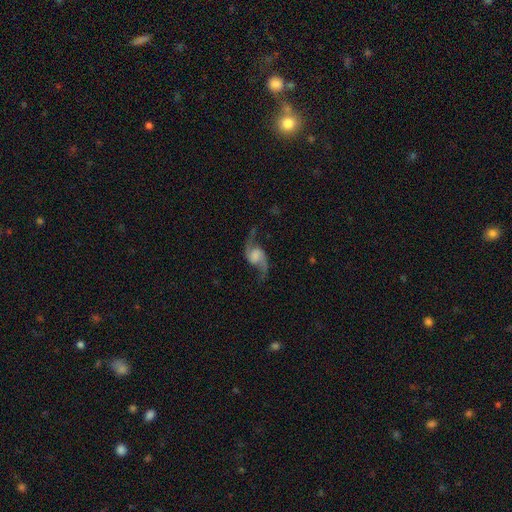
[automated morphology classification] A featured or disk galaxy (89%) with no bar (50%), 2 (94%) loose (79%) spiral arms (97%) and no central bulge (41%).

Vote fractions:
- Smooth or featured? featured or disk: 89% / smooth: 6% / star or artifact: 5%
- Edge-on disk? no: 97% / yes: 3%
- Bar? no: 50% / weak: 38% / strong: 11%
- Spiral arms? yes: 97% / no: 3%
- Spiral winding? loose: 79% / medium: 17% / tight: 3%
- Spiral arm count? 2: 94% / 1: 2% / can't tell: 1% / 3: 1% / 4: 1% / more than 4: 1%
- Bulge size? none: 41% / small: 20% / moderate: 19% / large: 16% / dominant: 4%
- Merging? none: 76% / minor disturbance: 14% / major disturbance: 8% / merger: 2%